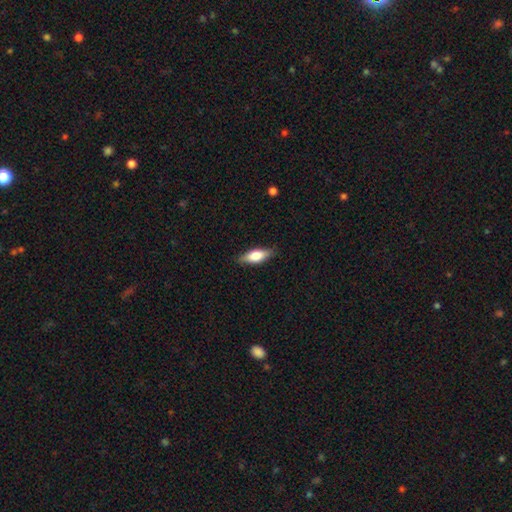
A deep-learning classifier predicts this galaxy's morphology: type=smooth (67%); roundness=in between (69%); merging=none (84%).